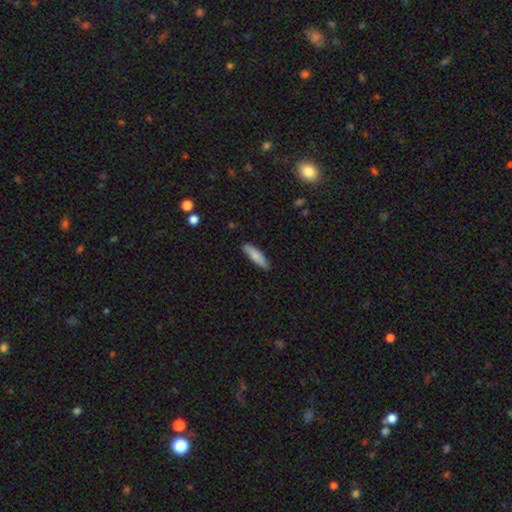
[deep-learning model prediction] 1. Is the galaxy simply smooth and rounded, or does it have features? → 82% smooth, 13% featured or disk, 6% star or artifact.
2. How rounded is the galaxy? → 62% cigar-shaped, 36% in between, 2% round.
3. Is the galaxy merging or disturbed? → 83% none, 13% minor disturbance, 2% major disturbance, 1% merger.